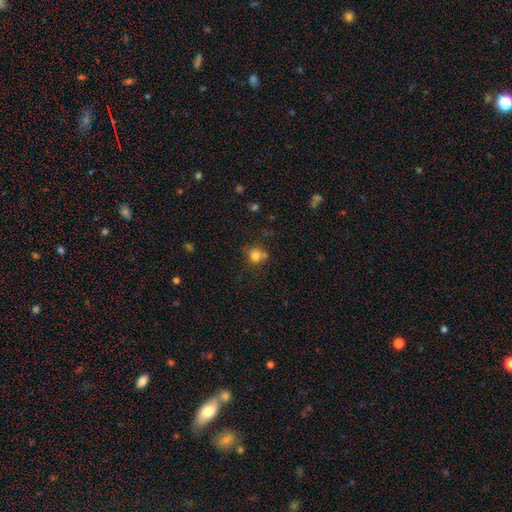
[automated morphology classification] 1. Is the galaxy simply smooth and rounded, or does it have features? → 78% smooth, 13% star or artifact, 9% featured or disk.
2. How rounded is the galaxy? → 81% round, 18% in between, 1% cigar-shaped.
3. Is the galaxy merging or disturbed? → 59% none, 20% minor disturbance, 14% merger, 6% major disturbance.